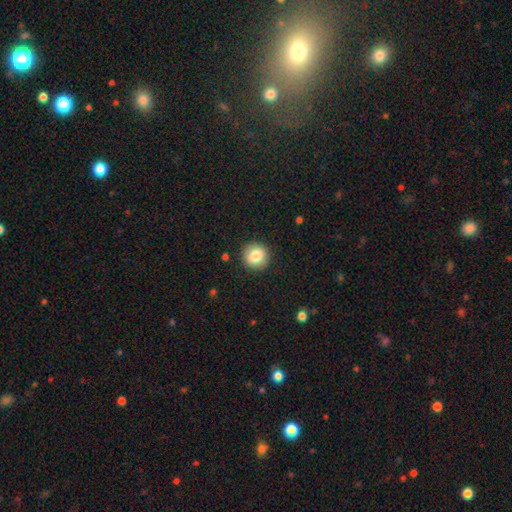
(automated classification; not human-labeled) This appears to be a smooth galaxy with no disk features (84%) that is round (93%). Merging: none (91%).